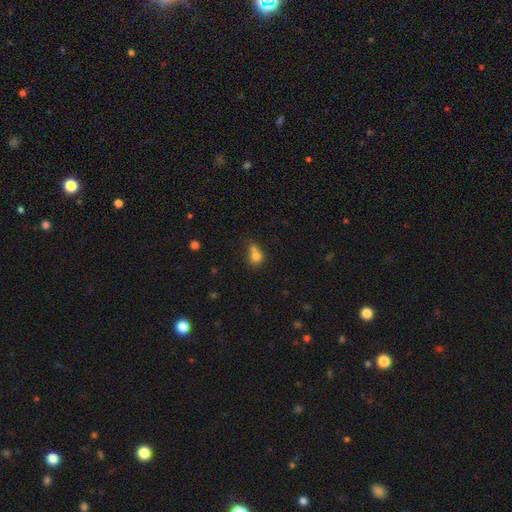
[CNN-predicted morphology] smooth-or-featured: smooth: 75% | featured or disk: 12% | star or artifact: 12%
  how-rounded: round: 76% | in between: 23% | cigar-shaped: 1%
  merging: merger: 53% | none: 33% | minor disturbance: 9% | major disturbance: 4%